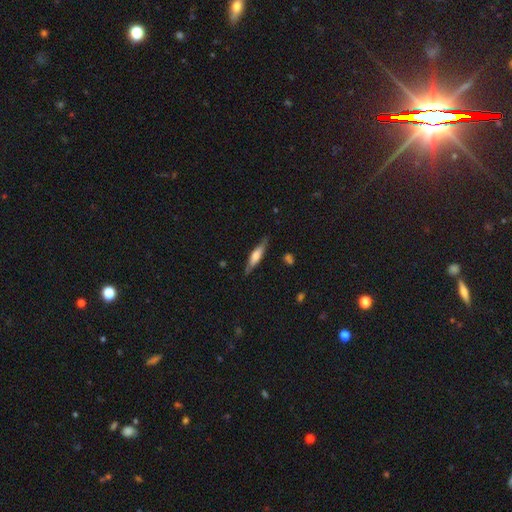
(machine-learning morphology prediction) Q: Smooth or featured?
A: smooth (48%); runner-up: featured or disk (46%)
Q: Merging?
A: none (82%); runner-up: minor disturbance (13%)